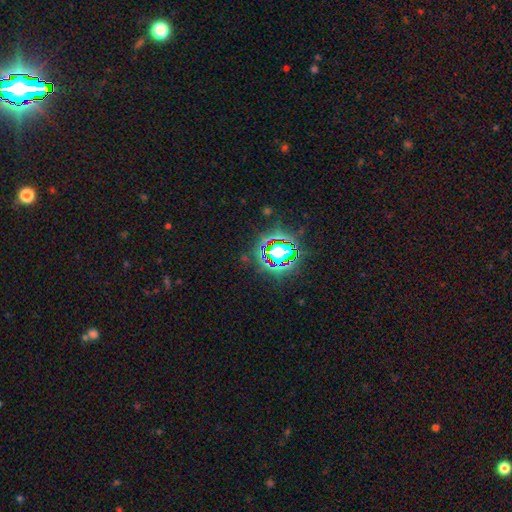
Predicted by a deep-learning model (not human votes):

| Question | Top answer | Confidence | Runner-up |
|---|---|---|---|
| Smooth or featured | star or artifact | 82% | smooth (11%) |